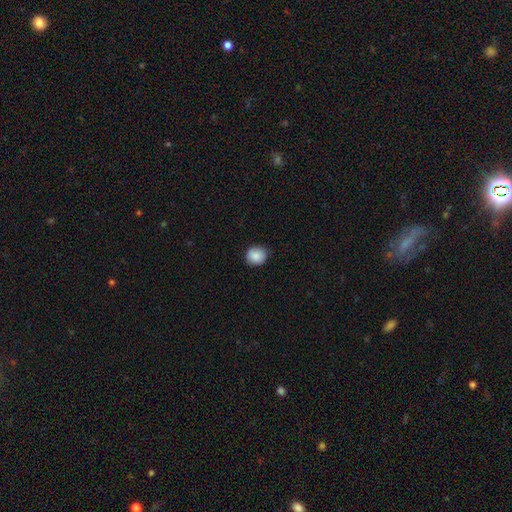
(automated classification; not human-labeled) This is clearly a smooth galaxy (88%). How rounded: clearly round (82%). Merging: clearly none (86%).